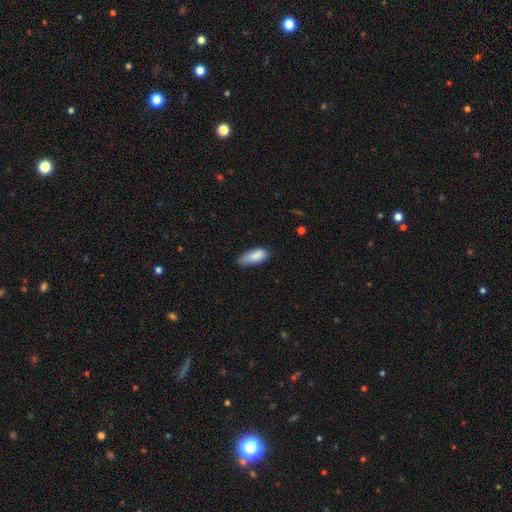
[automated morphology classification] smooth 86%, featured or disk 7%, star or artifact 7%. Down the decision tree: how rounded — in between (78%); merging — none (58%).